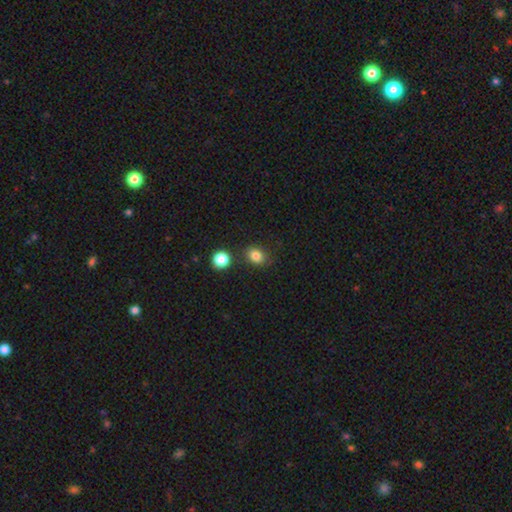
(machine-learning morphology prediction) A smooth galaxy with no disk features (83%) that is round (53%).

Vote fractions:
- Smooth or featured? smooth: 83% / star or artifact: 11% / featured or disk: 6%
- How rounded? round: 53% / in between: 46% / cigar-shaped: 1%
- Merging? none: 78% / minor disturbance: 11% / merger: 7% / major disturbance: 3%